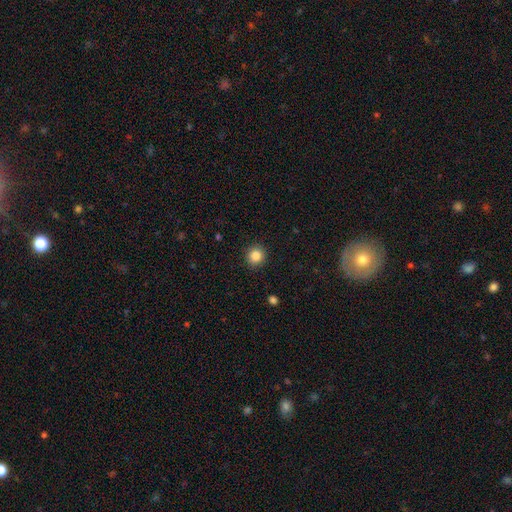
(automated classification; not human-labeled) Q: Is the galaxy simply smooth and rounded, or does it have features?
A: smooth — 84%.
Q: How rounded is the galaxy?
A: round — 90%.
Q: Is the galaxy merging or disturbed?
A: none — 91%.